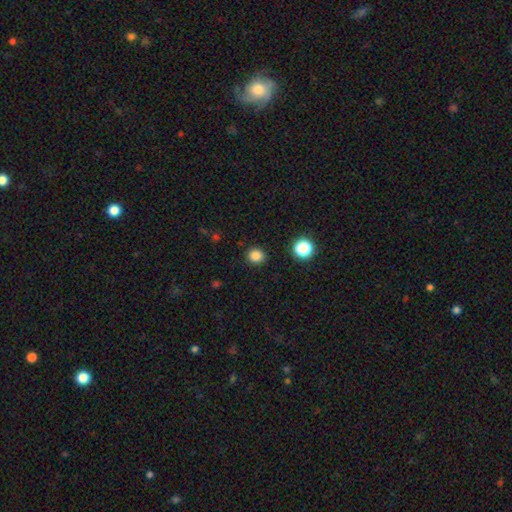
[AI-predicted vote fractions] Overall: smooth (84%). How rounded: round (83%). Merging: none (91%).